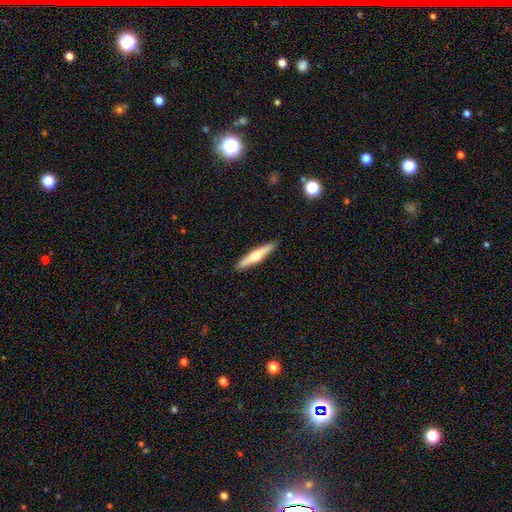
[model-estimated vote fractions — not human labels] smooth-or-featured: smooth: 53% | featured or disk: 42% | star or artifact: 5%
  how-rounded: cigar-shaped: 90% | in between: 9% | round: 1%
  merging: none: 90% | minor disturbance: 7% | major disturbance: 1% | merger: 1%